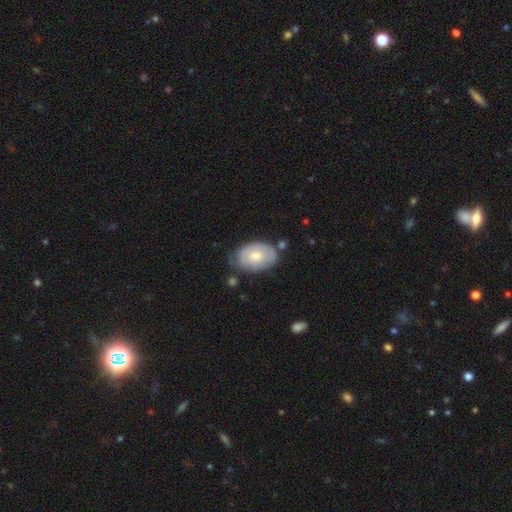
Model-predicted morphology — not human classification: type=smooth (60%); roundness=in between (86%); merging=none (63%).